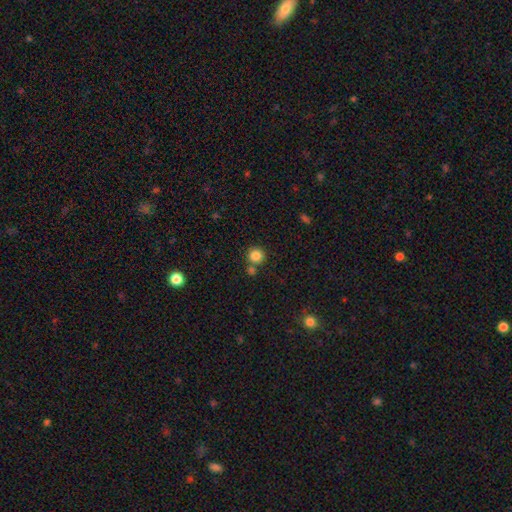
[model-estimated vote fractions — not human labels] This appears to be a smooth galaxy with no disk features (85%) that is round (92%). Merging: none (70%).